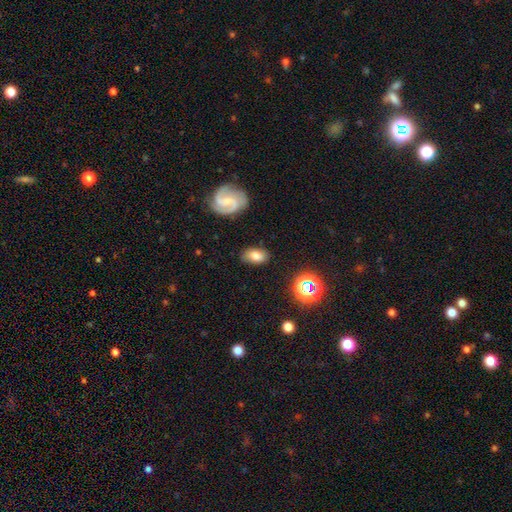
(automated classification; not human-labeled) A smooth galaxy with no disk features (69%) that is in between round and cigar-shaped (89%).

Vote fractions:
- Smooth or featured? smooth: 69% / featured or disk: 20% / star or artifact: 11%
- How rounded? in between: 89% / round: 9% / cigar-shaped: 2%
- Merging? none: 79% / minor disturbance: 15% / major disturbance: 4% / merger: 2%